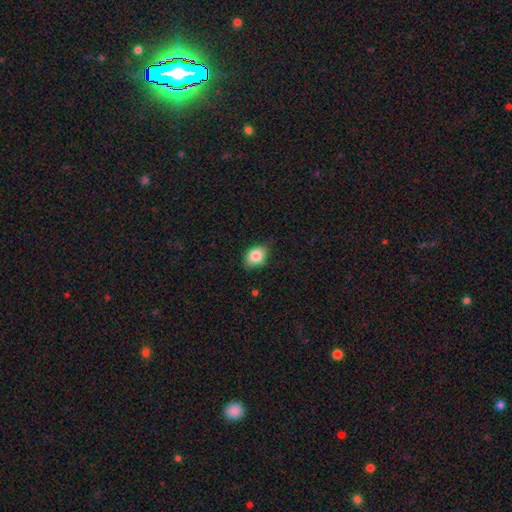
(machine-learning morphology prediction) smooth 84%, star or artifact 8%, featured or disk 8%. Down the decision tree: how rounded — in between (75%); merging — none (75%).